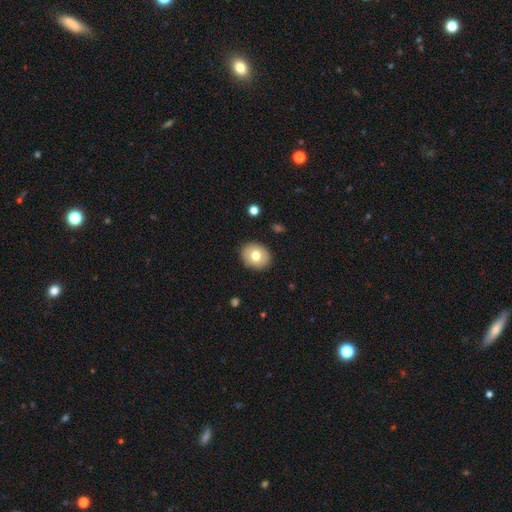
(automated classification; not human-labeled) Morphology: type=smooth (74%); roundness=round (57%); merging=none (89%).